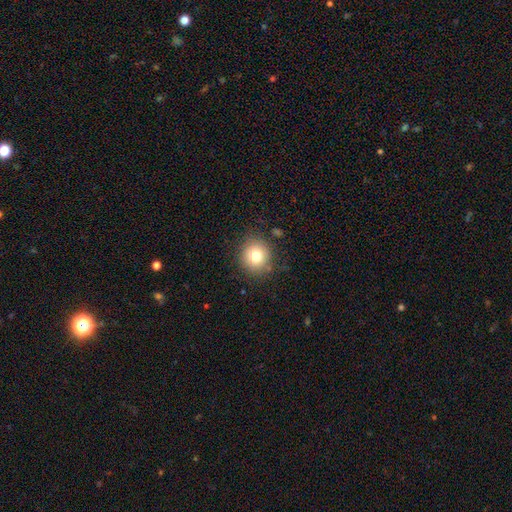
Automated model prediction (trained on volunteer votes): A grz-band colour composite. It shows a smooth galaxy with no disk features (78%) that is round (89%). Merging: none (85%).